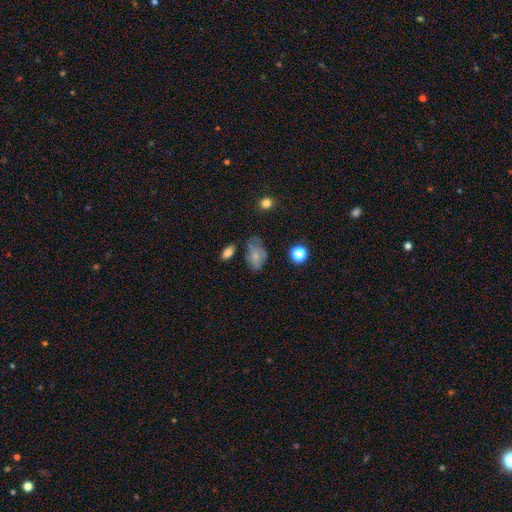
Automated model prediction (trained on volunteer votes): smooth_or_featured: smooth (p=0.63) [alt: featured or disk p=0.26]
how_rounded: in between (p=0.82) [alt: round p=0.16]
merging: none (p=0.46) [alt: minor disturbance p=0.32]